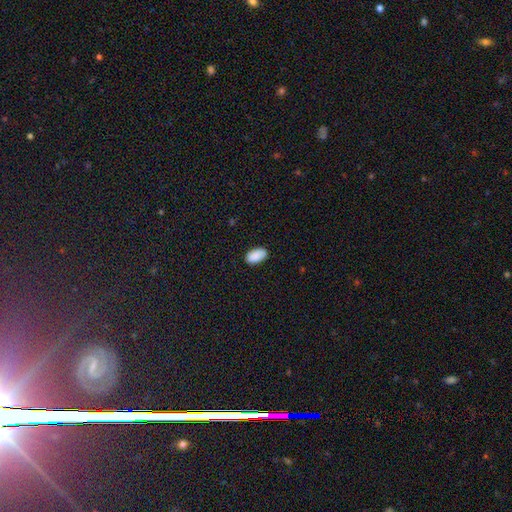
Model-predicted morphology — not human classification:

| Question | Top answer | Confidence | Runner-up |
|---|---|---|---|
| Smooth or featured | smooth | 90% | star or artifact (7%) |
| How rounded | in between | 95% | round (3%) |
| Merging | none | 86% | minor disturbance (11%) |